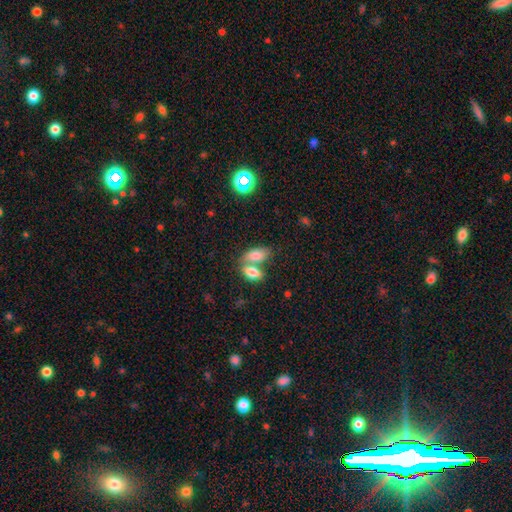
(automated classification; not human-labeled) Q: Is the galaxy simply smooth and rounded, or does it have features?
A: smooth — 79%.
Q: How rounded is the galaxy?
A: in between — 90%.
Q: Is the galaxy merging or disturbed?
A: merger — 61%.